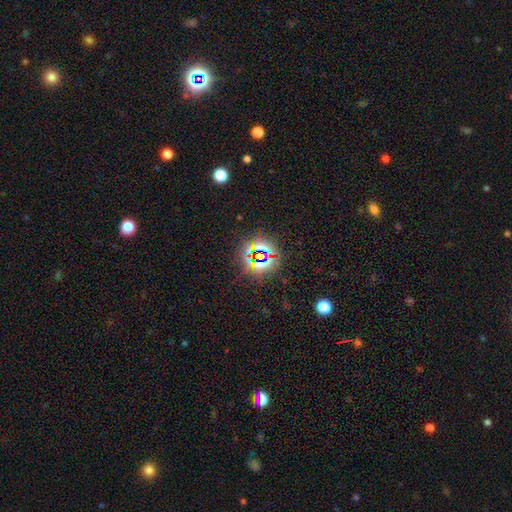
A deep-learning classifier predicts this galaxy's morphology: A star or artifact, not a galaxy (78%).